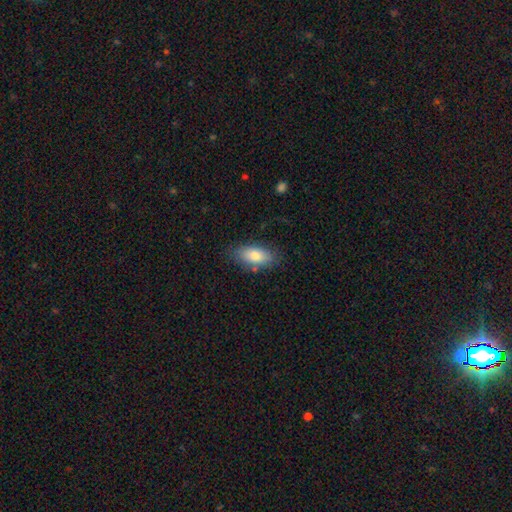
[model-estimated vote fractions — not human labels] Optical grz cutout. It shows a smooth galaxy with no disk features (79%) that is in between round and cigar-shaped (89%). Merging: none (78%).